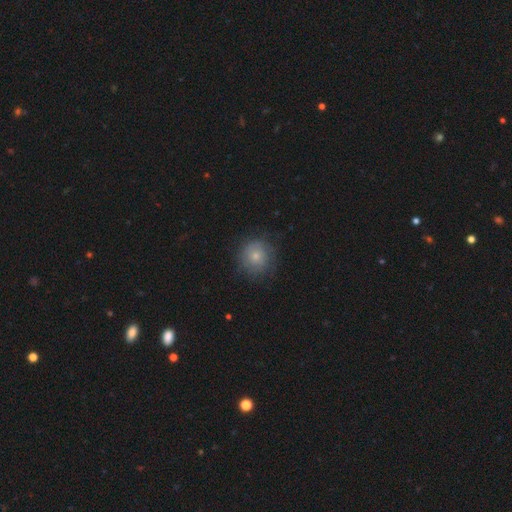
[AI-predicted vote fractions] Smooth or featured? smooth (72%)
How rounded? round (91%)
Merging? none (78%)